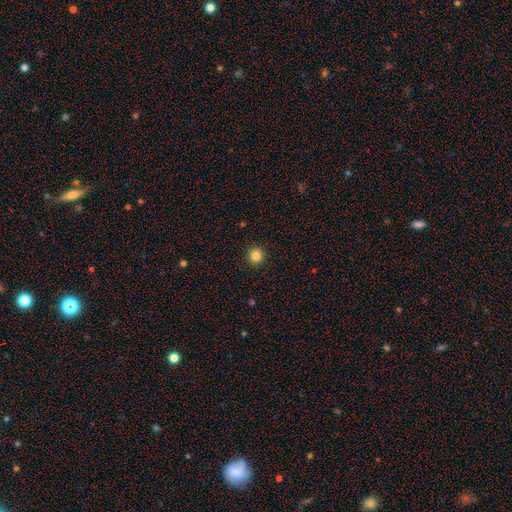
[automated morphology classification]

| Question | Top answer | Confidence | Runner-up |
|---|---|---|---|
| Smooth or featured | smooth | 84% | star or artifact (12%) |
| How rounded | round | 92% | in between (7%) |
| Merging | none | 93% | minor disturbance (5%) |